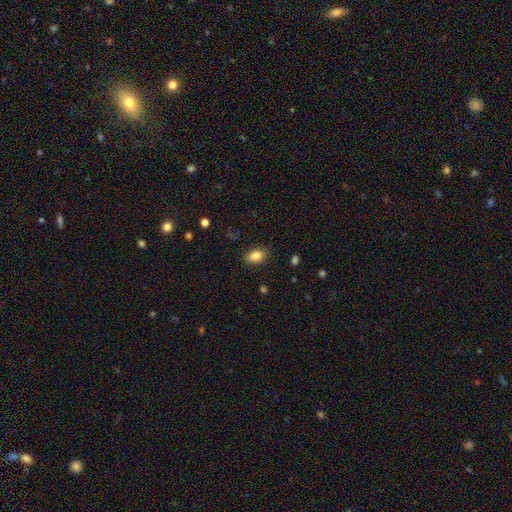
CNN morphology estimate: Overall: smooth (85%). How rounded: in between (77%). Merging: none (86%).